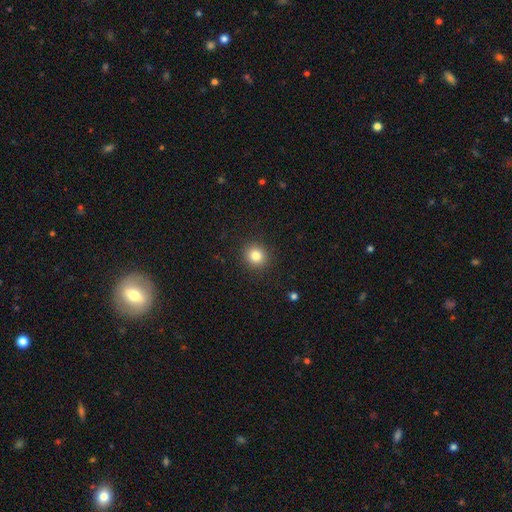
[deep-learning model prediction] Morphology: type=smooth (83%); roundness=round (86%); merging=none (91%).